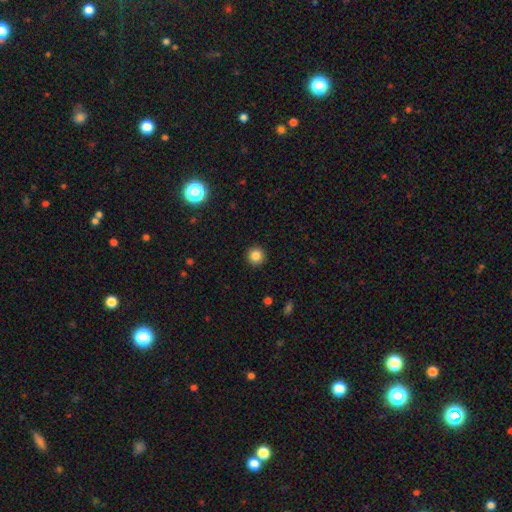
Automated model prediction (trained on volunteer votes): This is clearly a smooth galaxy (84%). How rounded: clearly round (95%). Merging: clearly none (93%).